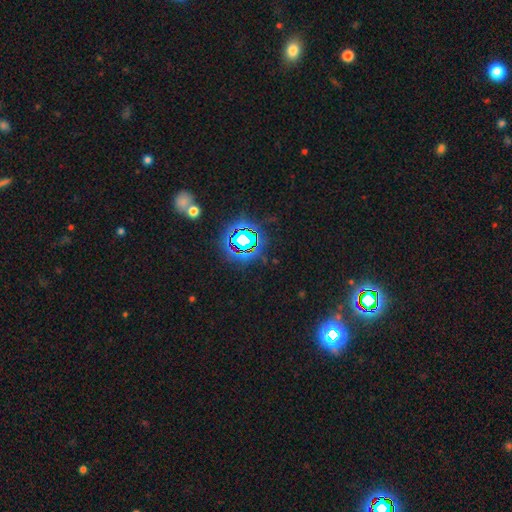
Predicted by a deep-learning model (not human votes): star or artifact 74%, smooth 18%, featured or disk 8%.